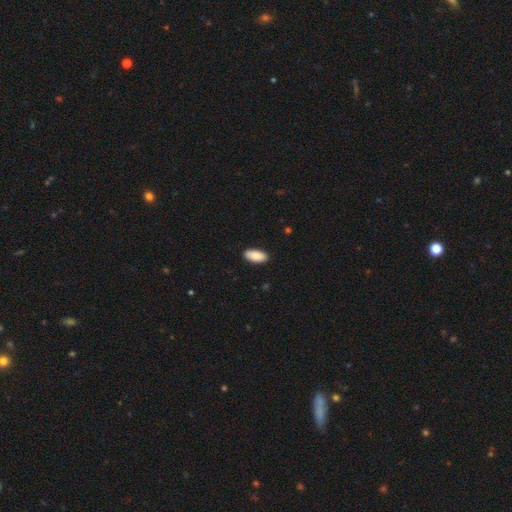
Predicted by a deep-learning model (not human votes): Morphology: type=smooth (88%); roundness=in between (93%); merging=none (89%).